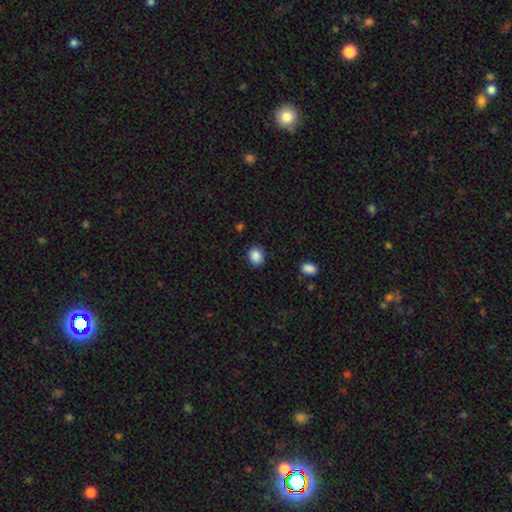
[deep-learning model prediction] Smooth or featured: smooth — 88% (star or artifact — 9%)
How rounded: round — 65% (in between — 34%)
Merging: none — 87% (minor disturbance — 9%)